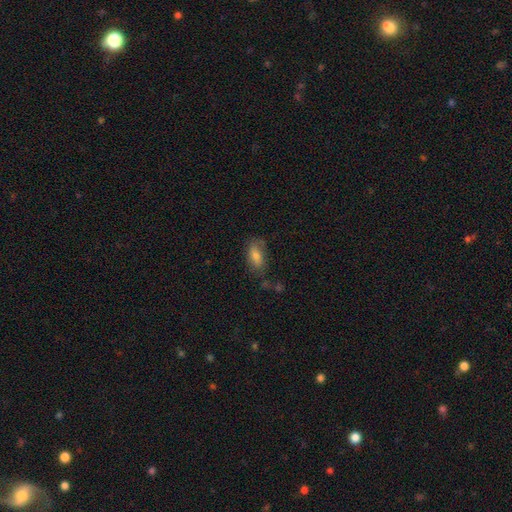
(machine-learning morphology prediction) Smooth or featured: smooth — 72% (featured or disk — 18%)
How rounded: in between — 85% (cigar-shaped — 10%)
Merging: none — 67% (minor disturbance — 22%)